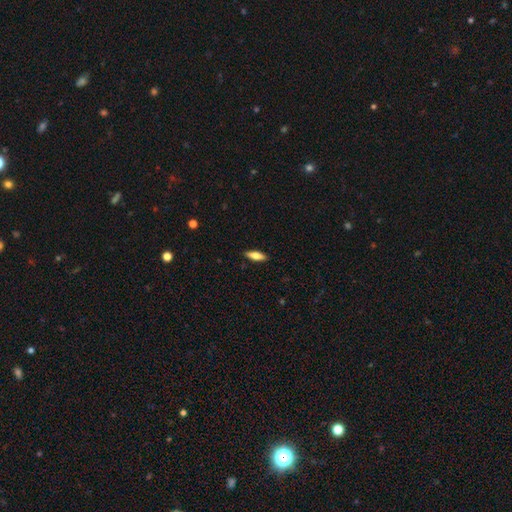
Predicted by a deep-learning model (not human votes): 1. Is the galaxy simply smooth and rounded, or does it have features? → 70% smooth, 23% featured or disk, 6% star or artifact.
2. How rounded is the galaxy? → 55% in between, 43% cigar-shaped, 2% round.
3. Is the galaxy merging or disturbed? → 89% none, 8% minor disturbance, 2% major disturbance, 1% merger.